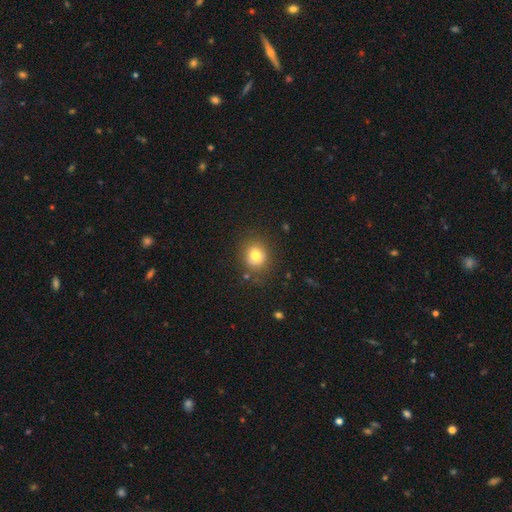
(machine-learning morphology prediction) Smooth or featured? smooth (73%)
How rounded? round (78%)
Merging? none (78%)